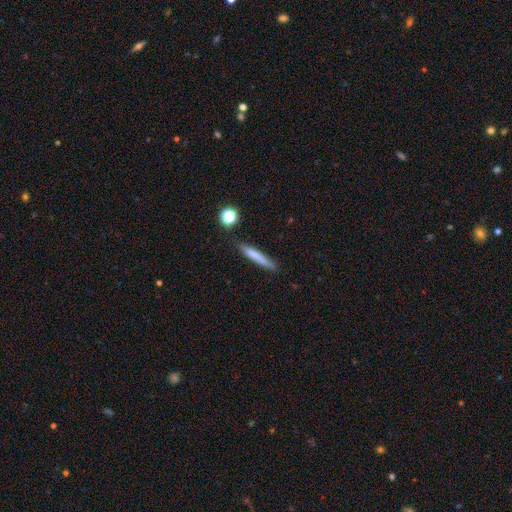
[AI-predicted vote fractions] smooth 71%, featured or disk 22%, star or artifact 7%. Down the decision tree: how rounded — cigar-shaped (94%); merging — none (84%).